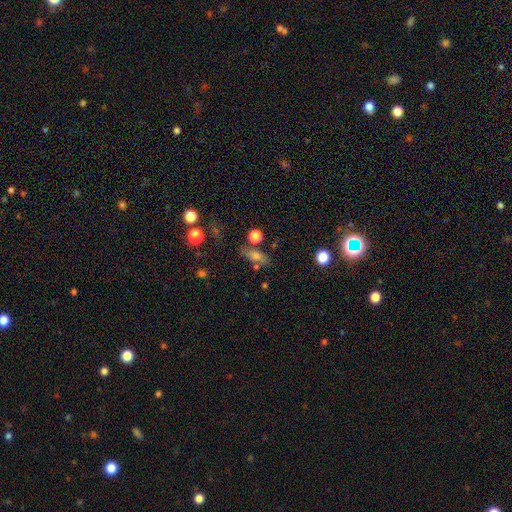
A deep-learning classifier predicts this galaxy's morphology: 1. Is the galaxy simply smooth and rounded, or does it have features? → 67% smooth, 18% featured or disk, 14% star or artifact.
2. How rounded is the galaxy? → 66% in between, 25% cigar-shaped, 10% round.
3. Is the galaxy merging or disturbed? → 69% none, 16% minor disturbance, 10% merger, 6% major disturbance.